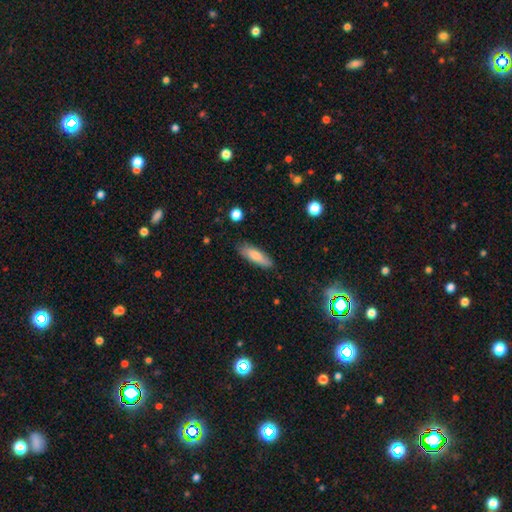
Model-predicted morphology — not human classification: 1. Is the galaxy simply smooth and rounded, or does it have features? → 80% smooth, 14% featured or disk, 6% star or artifact.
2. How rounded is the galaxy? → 51% cigar-shaped, 47% in between, 2% round.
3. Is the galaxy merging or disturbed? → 83% none, 13% minor disturbance, 3% major disturbance, 1% merger.